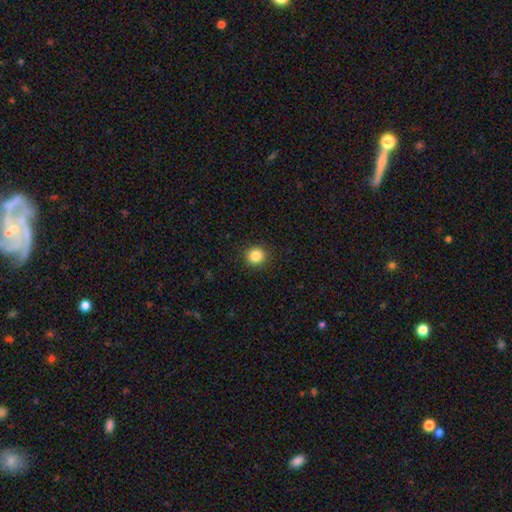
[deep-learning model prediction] A smooth galaxy with no disk features (85%) that is round (91%).

Vote fractions:
- Smooth or featured? smooth: 85% / star or artifact: 11% / featured or disk: 4%
- How rounded? round: 91% / in between: 8% / cigar-shaped: 1%
- Merging? none: 92% / minor disturbance: 6% / major disturbance: 2% / merger: 1%